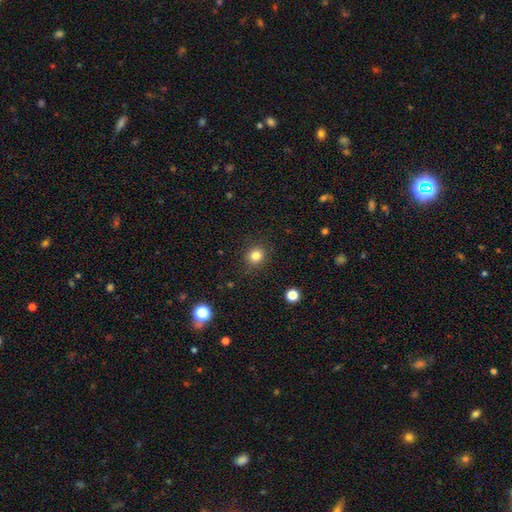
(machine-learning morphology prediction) Smooth or featured? Predicted: smooth (p=0.82). How rounded? Predicted: round (p=0.81). Merging? Predicted: none (p=0.88).